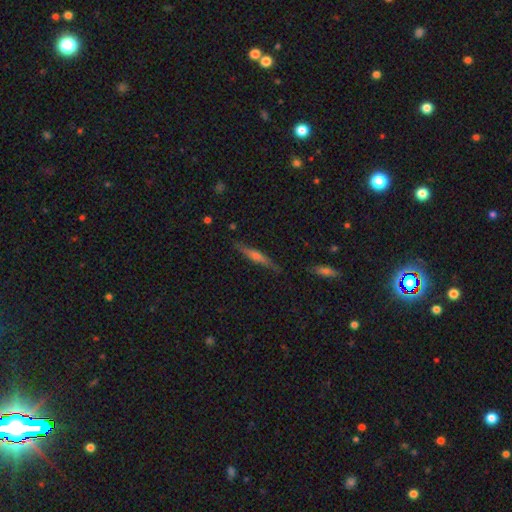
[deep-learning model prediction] Smooth or featured? Predicted: featured or disk (p=0.65). Edge-on disk? Predicted: yes (p=0.96). Edge-on bulge? Predicted: rounded (p=0.73). Merging? Predicted: none (p=0.85).